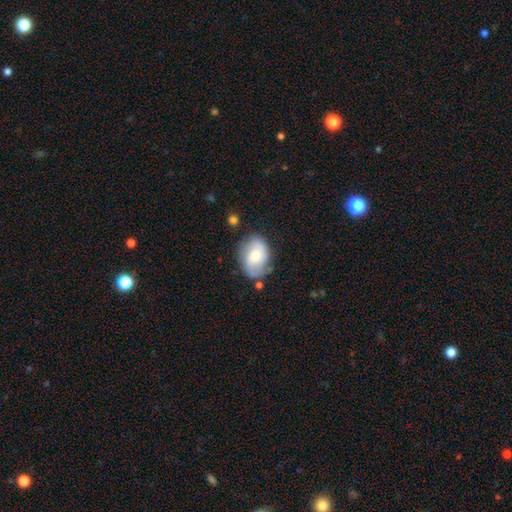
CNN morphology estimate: Smooth or featured? smooth (47%)
Merging? none (67%)